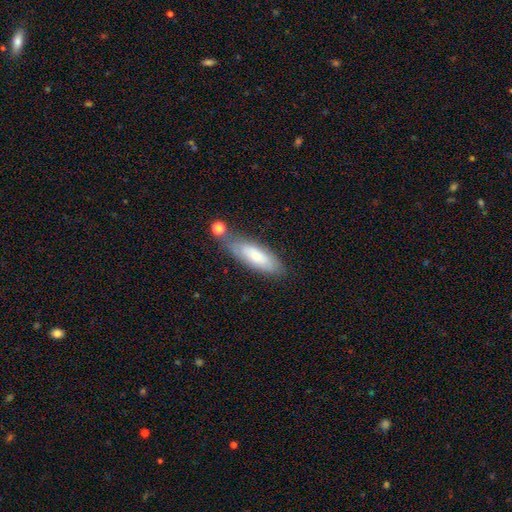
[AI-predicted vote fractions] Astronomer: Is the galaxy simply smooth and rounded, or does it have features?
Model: smooth — 65%.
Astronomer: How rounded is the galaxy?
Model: in between — 53% (runner-up: cigar-shaped, 45%).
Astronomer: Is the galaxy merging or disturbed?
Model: none — 64%.